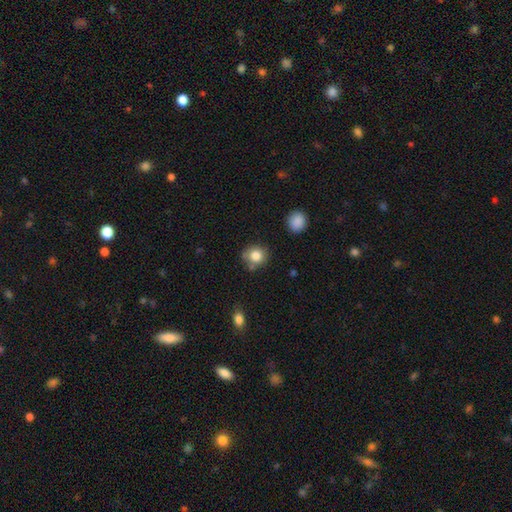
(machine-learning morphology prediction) Smooth or featured? Predicted: smooth (p=0.81). How rounded? Predicted: round (p=0.83). Merging? Predicted: none (p=0.74).